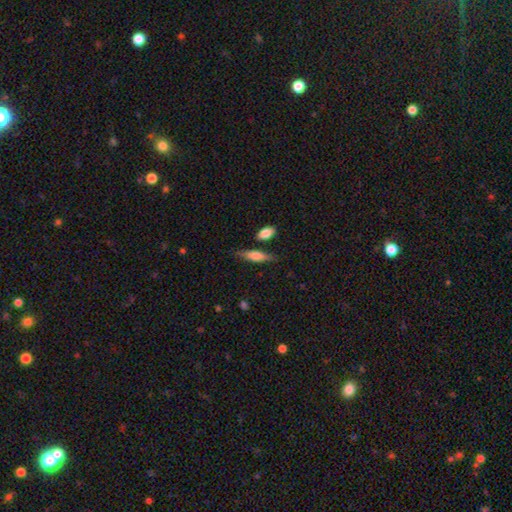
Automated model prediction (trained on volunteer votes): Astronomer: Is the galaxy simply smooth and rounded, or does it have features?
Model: smooth — 59% (runner-up: featured or disk, 34%).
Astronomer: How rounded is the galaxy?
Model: cigar-shaped — 61% (runner-up: in between, 36%).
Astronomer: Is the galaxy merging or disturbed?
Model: none — 74%.